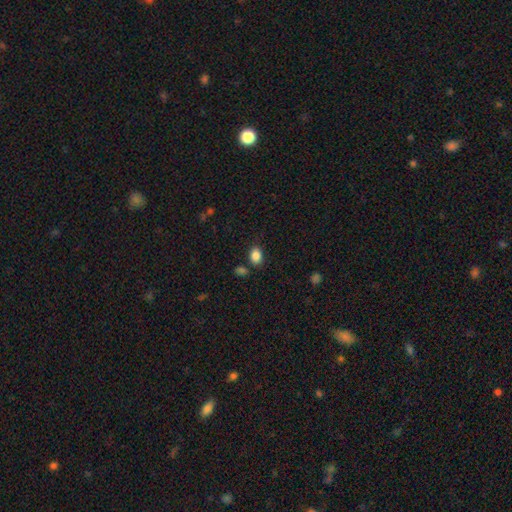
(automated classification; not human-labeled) Smooth or featured? smooth (86%)
How rounded? in between (73%)
Merging? none (78%)